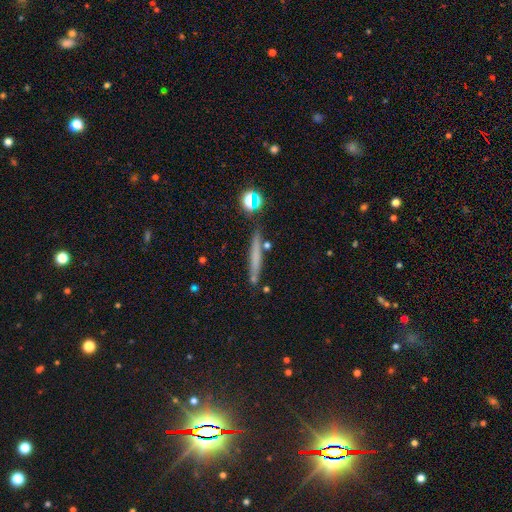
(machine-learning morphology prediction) This appears to be a smooth galaxy with no disk features (58%) that is cigar-shaped (92%). Merging: none (80%).